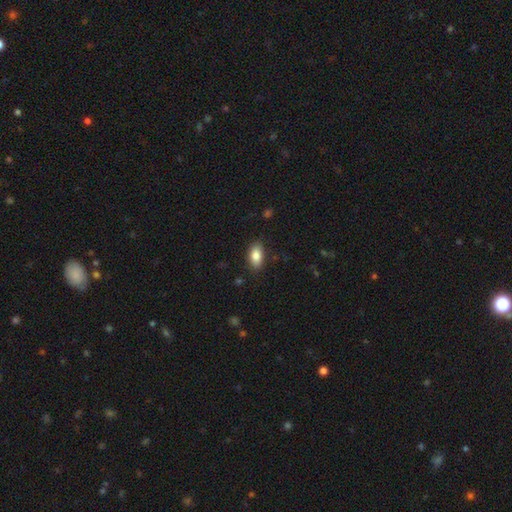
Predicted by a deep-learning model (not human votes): Overall: smooth (83%). How rounded: in between (91%). Merging: none (85%).